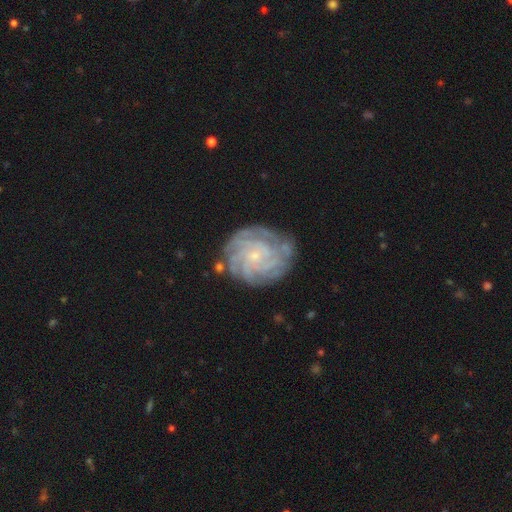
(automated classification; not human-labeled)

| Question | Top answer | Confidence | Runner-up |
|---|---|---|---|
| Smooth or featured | featured or disk | 85% | smooth (8%) |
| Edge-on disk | no | 98% | yes (2%) |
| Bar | no | 75% | weak (21%) |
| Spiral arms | yes | 97% | no (3%) |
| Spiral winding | tight | 80% | medium (16%) |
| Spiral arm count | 4 | 28% | can't tell (26%) |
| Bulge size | small | 83% | moderate (12%) |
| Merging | none | 78% | minor disturbance (15%) |